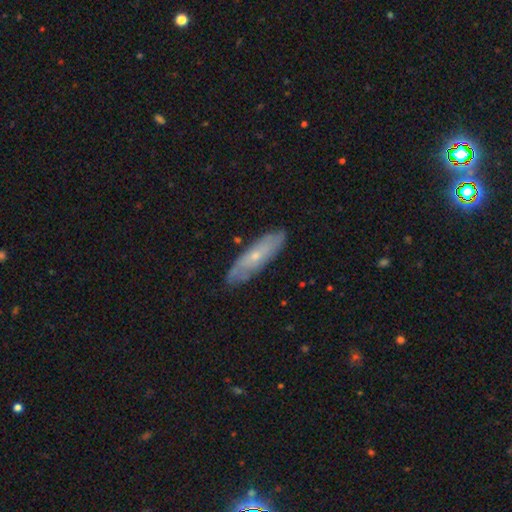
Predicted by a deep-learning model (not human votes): featured or disk 51%, smooth 43%, star or artifact 7%. Down the decision tree: edge-on disk — no (62%); merging — none (82%).